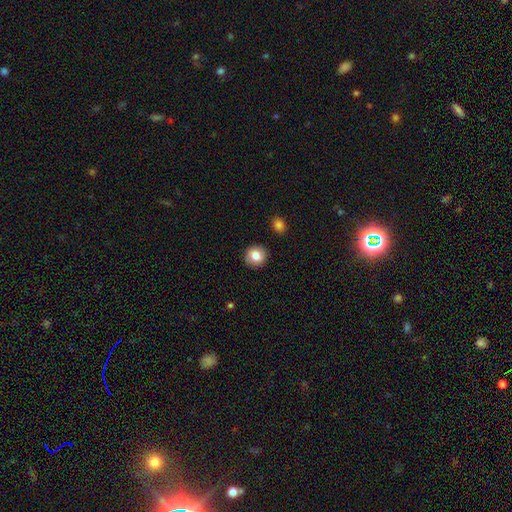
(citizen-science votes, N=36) A smooth galaxy with no disk features (89%) that is round (97%). Merging: none (86%).